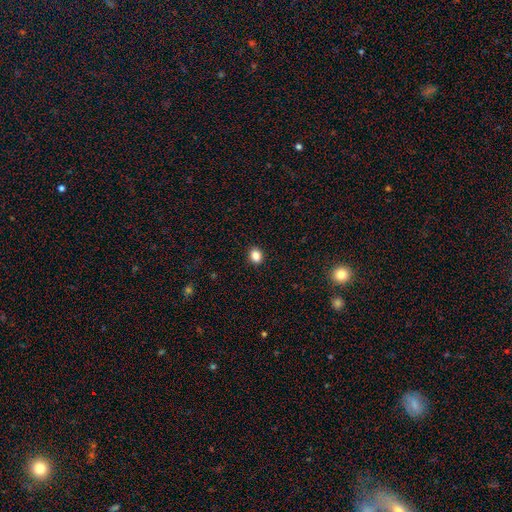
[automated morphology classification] Smooth or featured?
  - smooth: 87% *
  - star or artifact: 10%
  - featured or disk: 3%
How rounded?
  - round: 54% *
  - in between: 45%
  - cigar-shaped: 1%
Merging?
  - none: 91% *
  - minor disturbance: 6%
  - major disturbance: 2%
  - merger: 1%